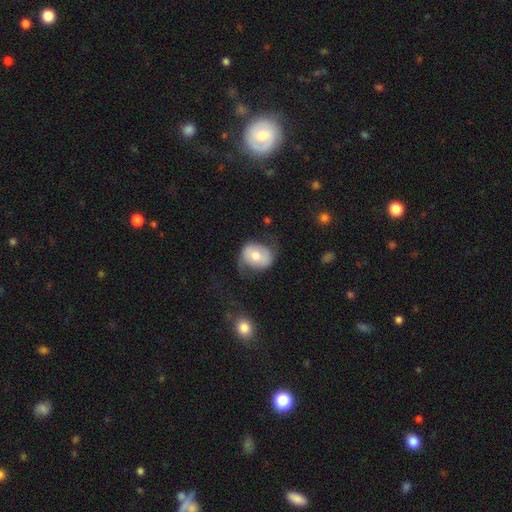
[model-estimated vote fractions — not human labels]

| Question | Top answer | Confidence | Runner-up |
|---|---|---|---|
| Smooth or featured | smooth | 51% | featured or disk (42%) |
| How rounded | round | 50% | in between (49%) |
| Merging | none | 46% | minor disturbance (29%) |